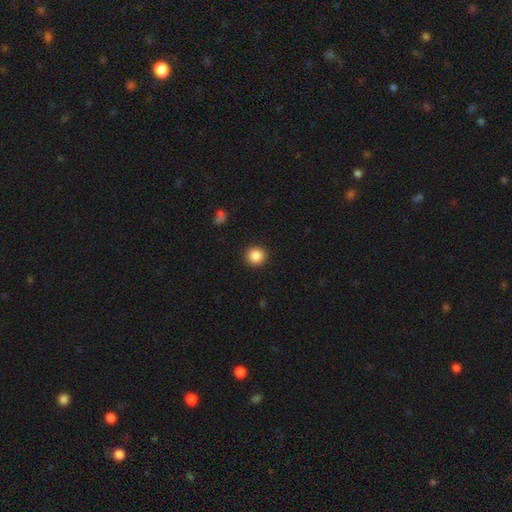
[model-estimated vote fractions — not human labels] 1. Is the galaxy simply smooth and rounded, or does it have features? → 87% smooth, 10% star or artifact, 3% featured or disk.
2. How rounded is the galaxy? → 92% round, 7% in between, 1% cigar-shaped.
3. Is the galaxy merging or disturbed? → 92% none, 5% minor disturbance, 2% major disturbance, 1% merger.